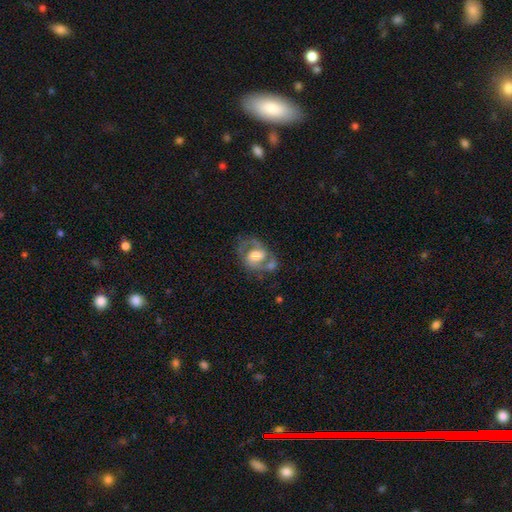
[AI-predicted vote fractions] This appears to be a featured or disk galaxy (73%) with a weak bar (44%), 2 (83%) medium (55%) spiral arms (84%) and a moderate central bulge (61%). Merging: none (48%).